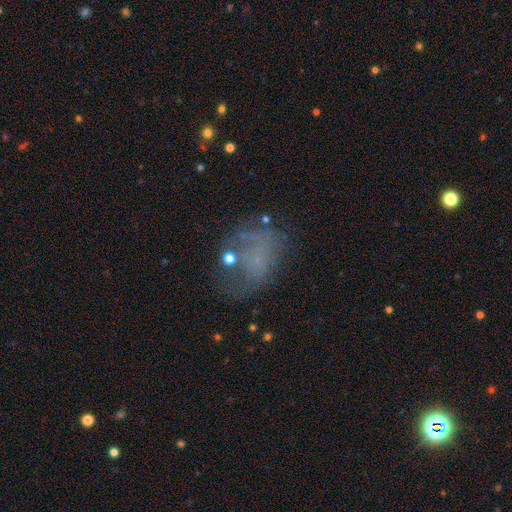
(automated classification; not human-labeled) Morphology: type=smooth (41%); merging=none (42%).